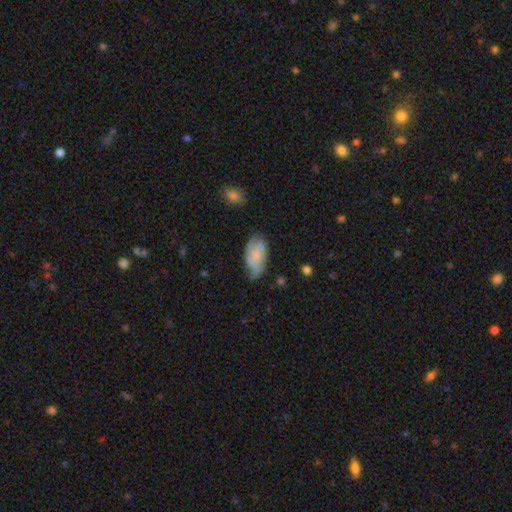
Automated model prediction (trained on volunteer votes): Morphology: type=smooth (52%); roundness=in between (93%); merging=none (54%).